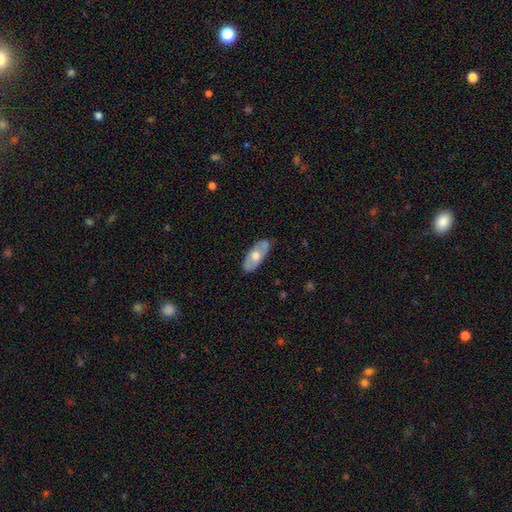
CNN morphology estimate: Smooth or featured?
  - smooth: 52% *
  - featured or disk: 43%
  - star or artifact: 5%
How rounded?
  - in between: 86% *
  - cigar-shaped: 11%
  - round: 3%
Merging?
  - none: 76% *
  - minor disturbance: 18%
  - major disturbance: 3%
  - merger: 2%